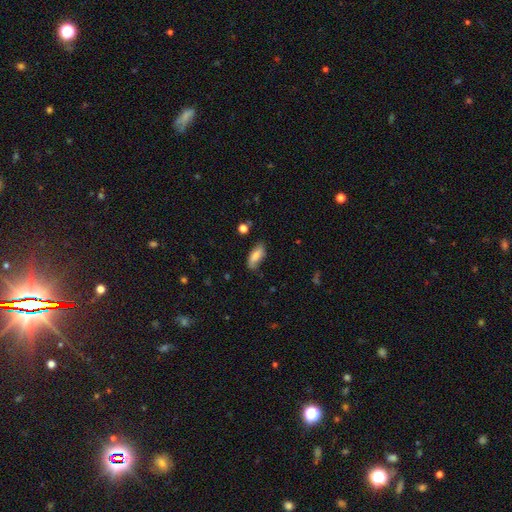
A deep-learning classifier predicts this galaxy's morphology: Smooth or featured? Predicted: smooth (p=0.77). How rounded? Predicted: in between (p=0.82). Merging? Predicted: none (p=0.72).